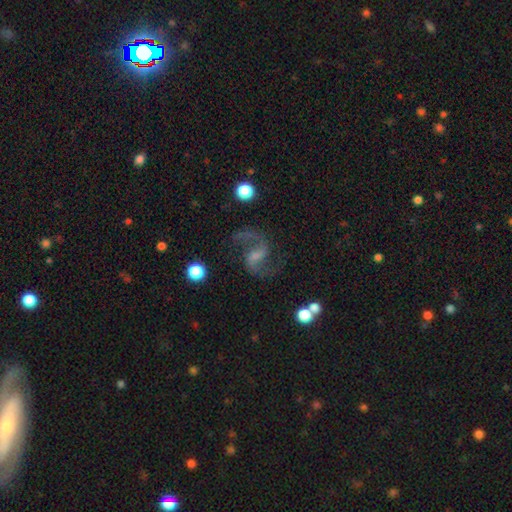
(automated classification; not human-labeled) Smooth or featured? Predicted: featured or disk (p=0.87). Edge-on disk? Predicted: no (p=0.98). Bar? Predicted: weak (p=0.53). Spiral arms? Predicted: yes (p=0.97). Spiral winding? Predicted: loose (p=0.53). Spiral arm count? Predicted: 2 (p=0.93). Bulge size? Predicted: small (p=0.43). Merging? Predicted: none (p=0.77).